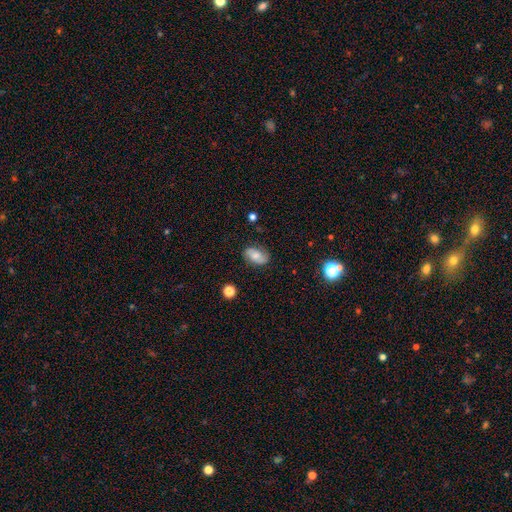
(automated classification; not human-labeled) This appears to be a smooth galaxy with no disk features (57%) that is in between round and cigar-shaped (90%). Merging: none (78%).